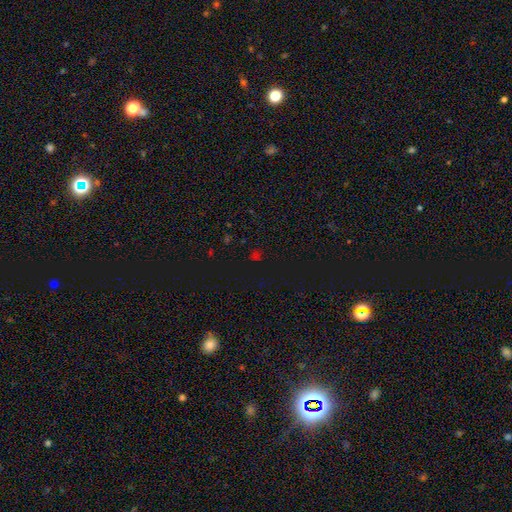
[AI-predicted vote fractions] This is possibly a star or artifact rather than a galaxy (56%).